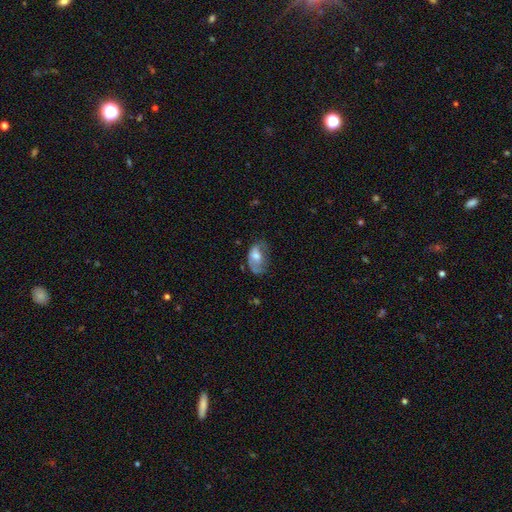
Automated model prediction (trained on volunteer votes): This is possibly a smooth galaxy (55%). How rounded: clearly in between (89%). Merging: marginally none (36%).